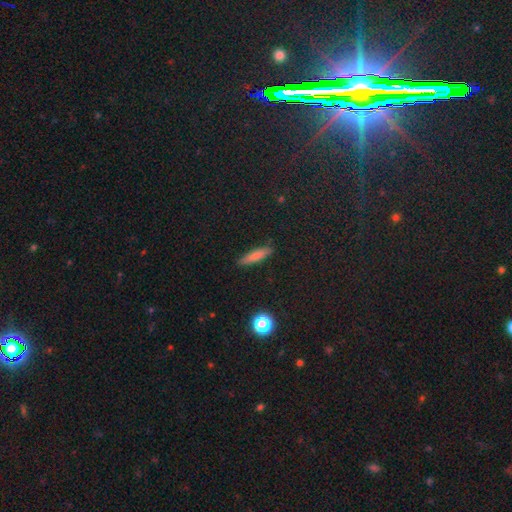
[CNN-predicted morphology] smooth-or-featured: smooth: 77% | featured or disk: 13% | star or artifact: 9%
  how-rounded: cigar-shaped: 81% | in between: 17% | round: 2%
  merging: none: 86% | minor disturbance: 10% | major disturbance: 2% | merger: 1%